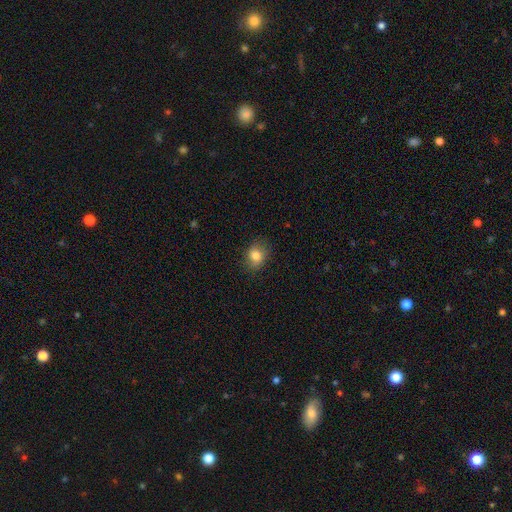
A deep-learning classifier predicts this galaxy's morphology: smooth-or-featured: smooth: 81% | star or artifact: 10% | featured or disk: 9%
  how-rounded: in between: 53% | round: 46% | cigar-shaped: 1%
  merging: none: 80% | minor disturbance: 15% | major disturbance: 4% | merger: 1%